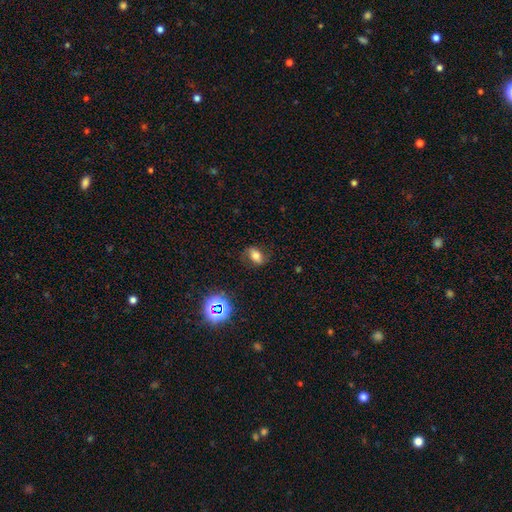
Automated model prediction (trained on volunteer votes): Morphology: type=smooth (55%); roundness=in between (79%); merging=none (75%).